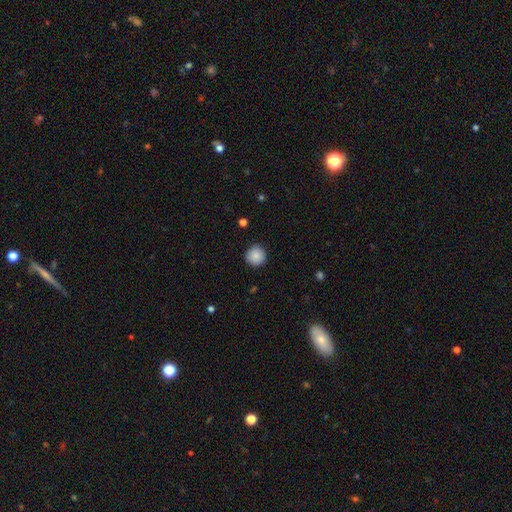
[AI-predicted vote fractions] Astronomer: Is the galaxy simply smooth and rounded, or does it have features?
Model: smooth — 87%.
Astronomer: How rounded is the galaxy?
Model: round — 96%.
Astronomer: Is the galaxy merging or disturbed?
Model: none — 91%.